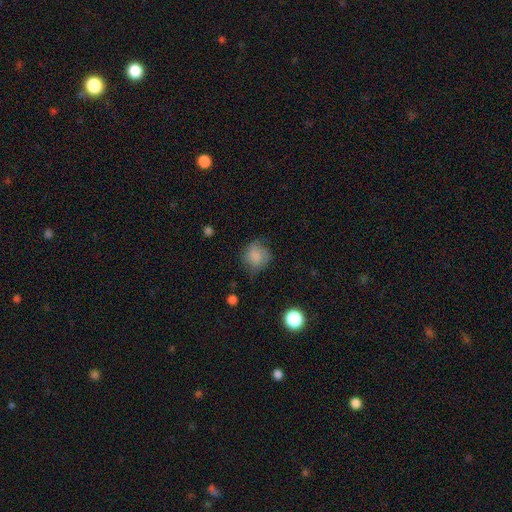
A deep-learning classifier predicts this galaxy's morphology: Q: Smooth or featured?
A: smooth (75%); runner-up: featured or disk (15%)
Q: How rounded?
A: round (79%); runner-up: in between (20%)
Q: Merging?
A: none (57%); runner-up: minor disturbance (29%)